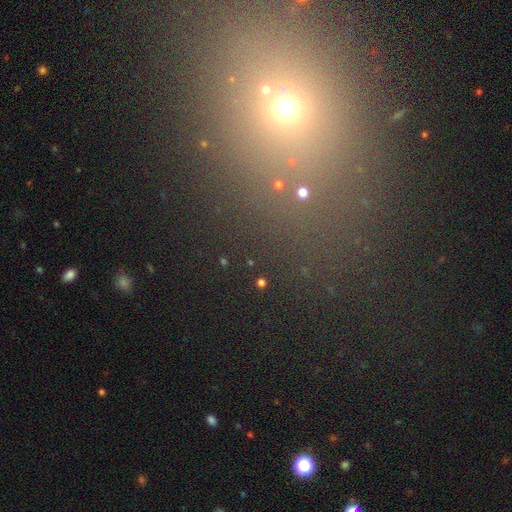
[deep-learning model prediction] Q: Smooth or featured?
A: star or artifact (50%); runner-up: smooth (40%)